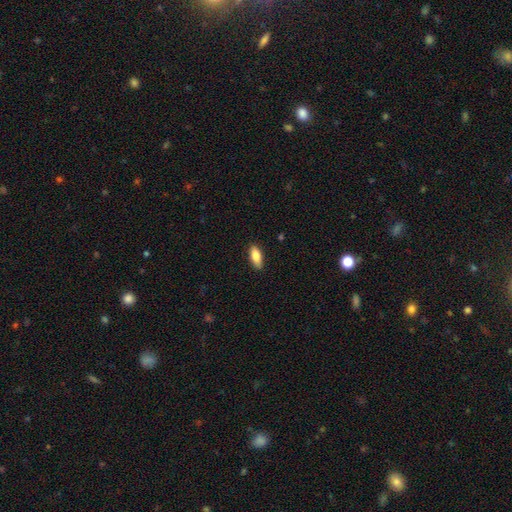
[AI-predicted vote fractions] Overall: smooth (83%). How rounded: in between (82%). Merging: none (87%).